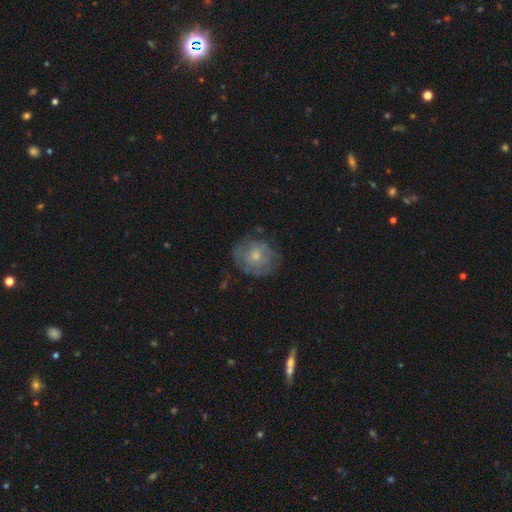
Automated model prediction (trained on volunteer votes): A smooth galaxy with no disk features (47%).

Vote fractions:
- Smooth or featured? smooth: 47% / featured or disk: 46% / star or artifact: 8%
- Merging? none: 65% / minor disturbance: 23% / major disturbance: 10% / merger: 1%